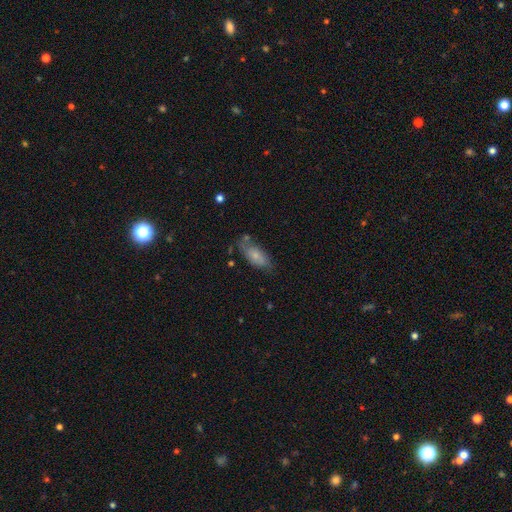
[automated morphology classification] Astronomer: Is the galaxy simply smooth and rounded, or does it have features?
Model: smooth — 69%.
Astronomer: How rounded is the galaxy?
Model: in between — 82%.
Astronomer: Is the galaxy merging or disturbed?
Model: none — 58%.